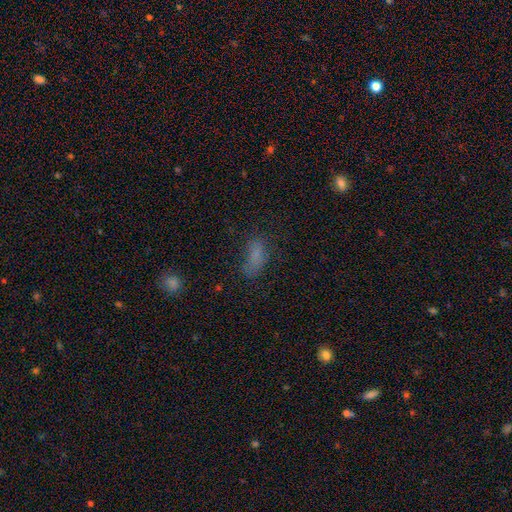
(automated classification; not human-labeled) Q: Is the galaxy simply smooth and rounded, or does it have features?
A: smooth — 75%.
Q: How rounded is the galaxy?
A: in between — 81%.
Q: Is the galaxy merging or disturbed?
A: none — 55%.